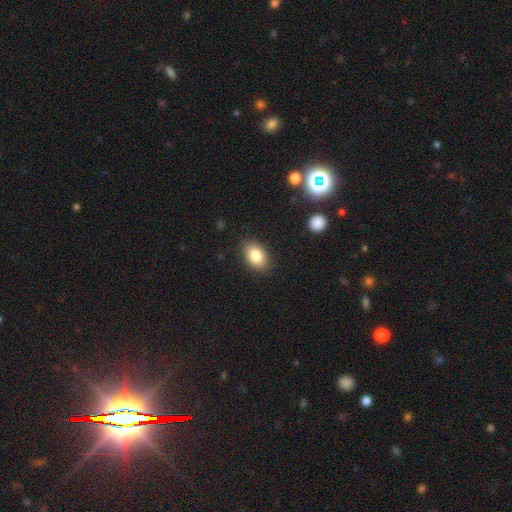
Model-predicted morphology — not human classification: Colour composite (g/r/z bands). It shows a smooth galaxy with no disk features (84%) that is in between round and cigar-shaped (86%). Merging: none (86%).